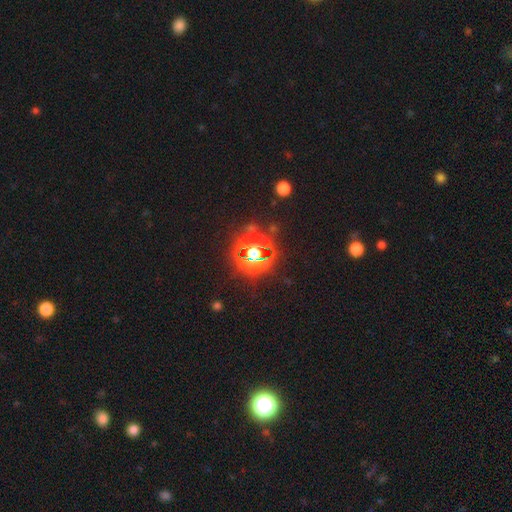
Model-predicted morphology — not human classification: This is likely a star or artifact rather than a galaxy (76%).